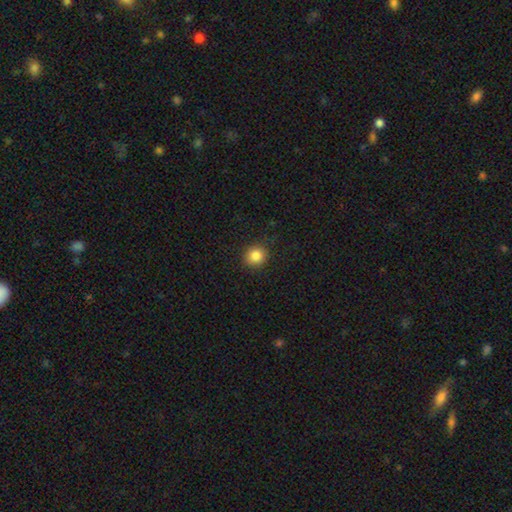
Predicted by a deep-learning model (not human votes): The model was most divided on "how rounded": round: 85%, in between: 15%, cigar-shaped: 1%. More confident: merging — none (90%); smooth or featured — smooth (85%).